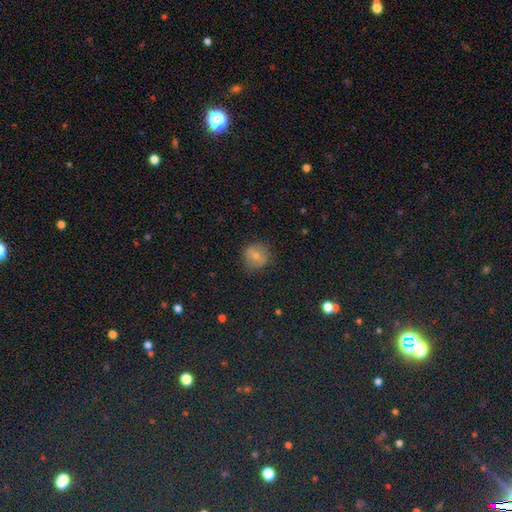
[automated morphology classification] smooth_or_featured: smooth (p=0.74) [alt: featured or disk p=0.14]
how_rounded: round (p=0.84) [alt: in between p=0.15]
merging: none (p=0.76) [alt: minor disturbance p=0.17]